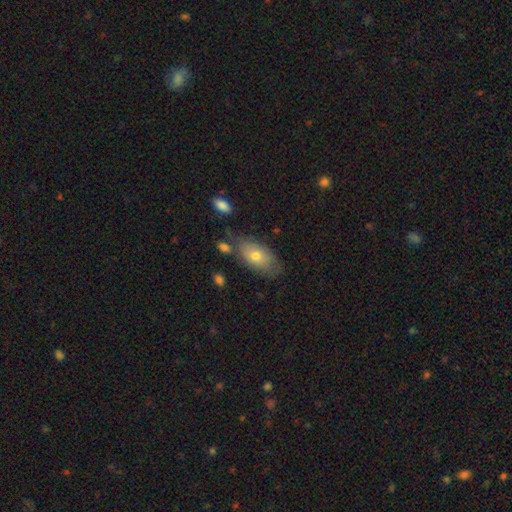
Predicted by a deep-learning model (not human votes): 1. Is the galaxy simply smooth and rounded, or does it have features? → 71% smooth, 21% featured or disk, 7% star or artifact.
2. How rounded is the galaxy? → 91% in between, 5% round, 3% cigar-shaped.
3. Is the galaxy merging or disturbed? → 68% none, 20% minor disturbance, 6% merger, 5% major disturbance.